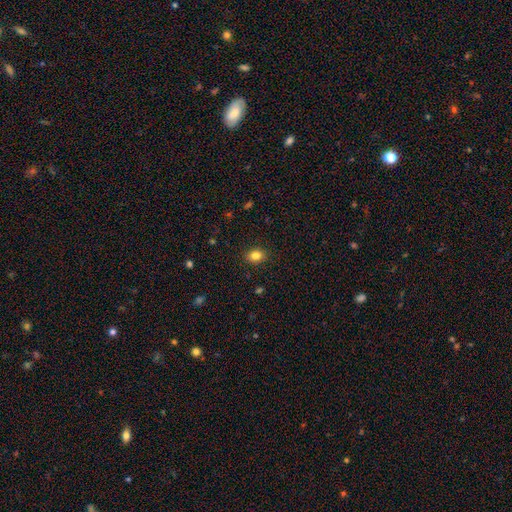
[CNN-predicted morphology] Overall: smooth (83%). How rounded: in between (61%; round 38%). Merging: none (89%).